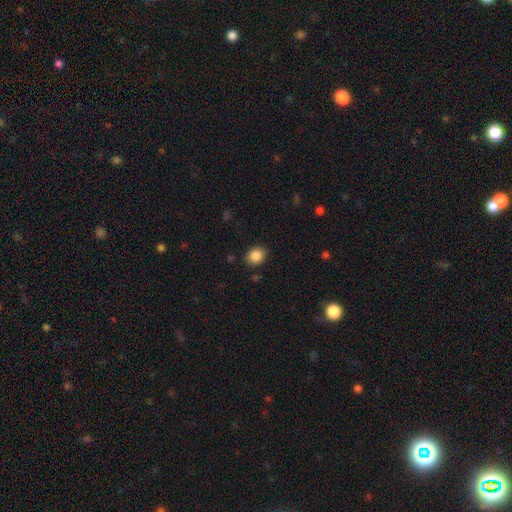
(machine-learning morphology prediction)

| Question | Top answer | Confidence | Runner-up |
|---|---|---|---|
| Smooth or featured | smooth | 87% | star or artifact (9%) |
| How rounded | round | 60% | in between (40%) |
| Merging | none | 88% | minor disturbance (8%) |